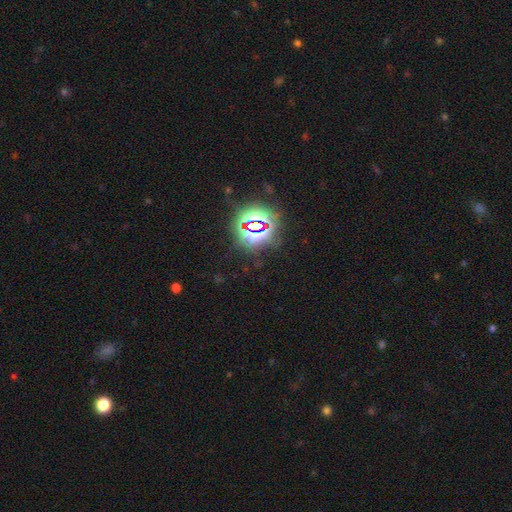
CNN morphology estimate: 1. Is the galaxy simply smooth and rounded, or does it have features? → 81% star or artifact, 12% smooth, 7% featured or disk.